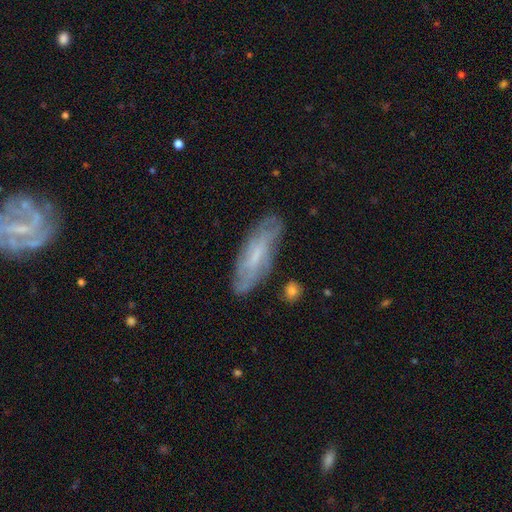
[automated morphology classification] type=featured or disk (57%); edge-on=no (74%); merging=none (75%).